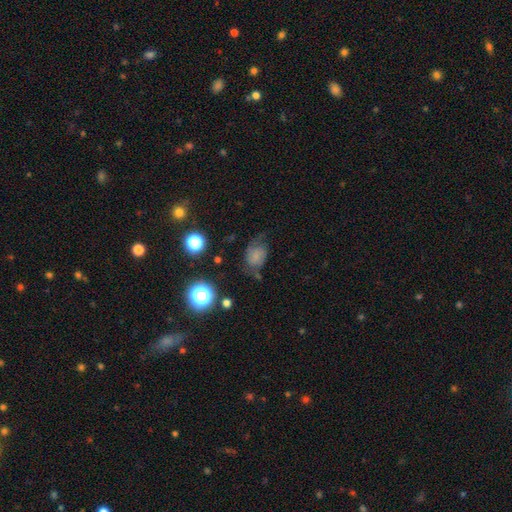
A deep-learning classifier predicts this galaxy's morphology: type=smooth (55%); roundness=in between (64%); merging=none (48%).